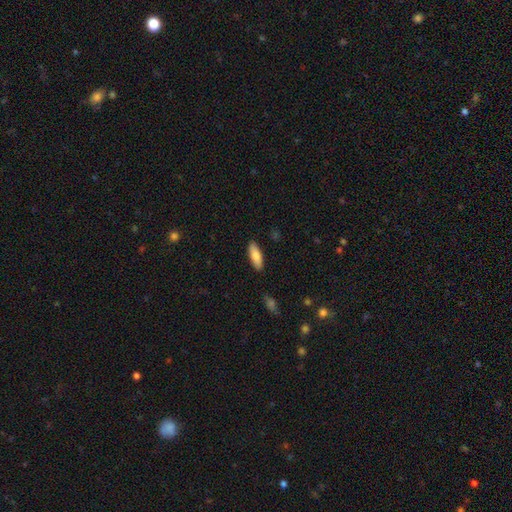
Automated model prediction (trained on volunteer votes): Overall: smooth (83%). How rounded: in between (63%; cigar-shaped 35%). Merging: none (88%).